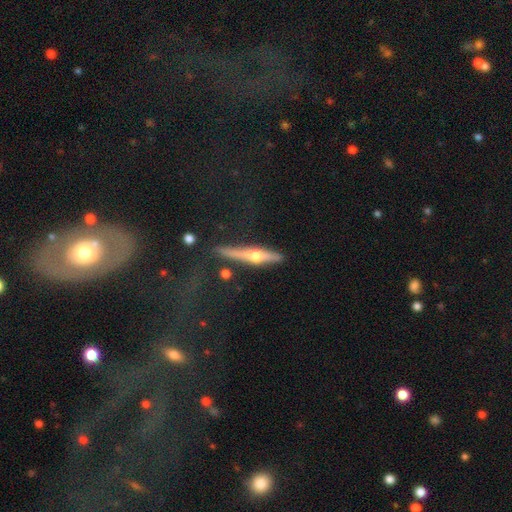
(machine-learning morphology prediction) This appears to be a featured or disk galaxy (68%) viewed edge-on (95%) with a rounded central bulge (94%). Merging: none (80%).